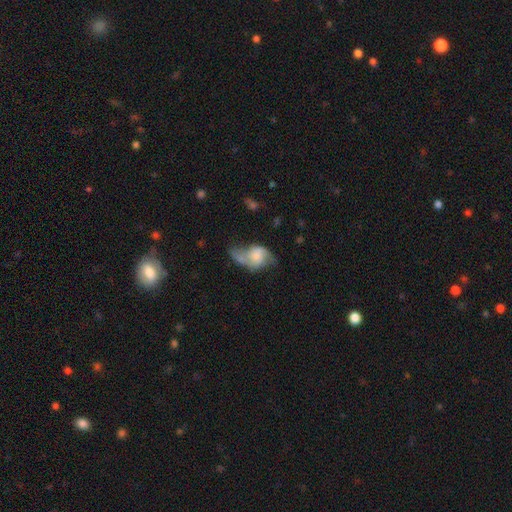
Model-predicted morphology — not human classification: This appears to be a featured or disk galaxy (57%) with no bar (68%), spiral arms (78%) and no central bulge (35%). Merging: none (33%).